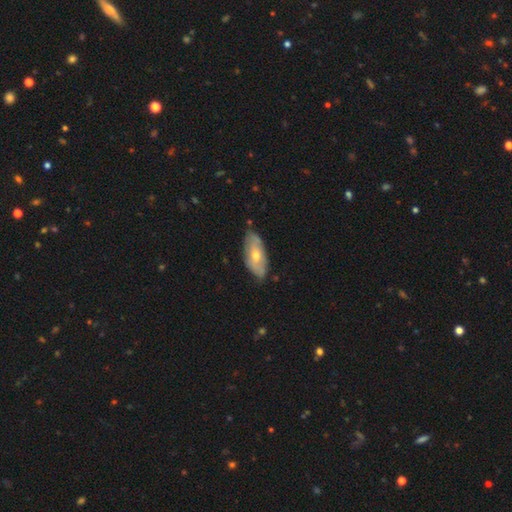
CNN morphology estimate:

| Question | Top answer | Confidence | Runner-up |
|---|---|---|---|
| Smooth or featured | featured or disk | 52% | smooth (42%) |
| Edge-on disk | no | 80% | yes (20%) |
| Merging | none | 77% | minor disturbance (19%) |